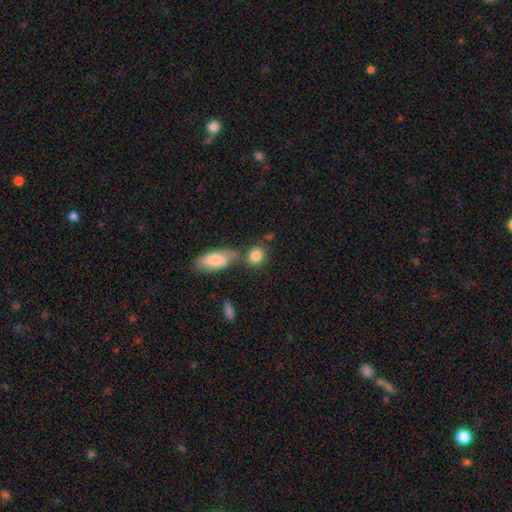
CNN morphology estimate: Q: Smooth or featured?
A: smooth (84%); runner-up: featured or disk (8%)
Q: How rounded?
A: round (50%); runner-up: in between (47%)
Q: Merging?
A: none (58%); runner-up: merger (24%)